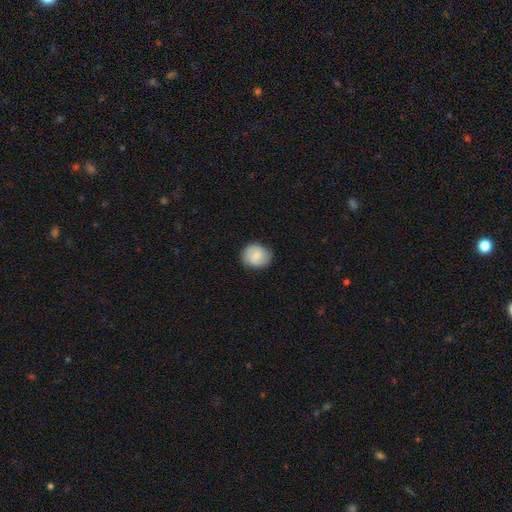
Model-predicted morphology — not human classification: Smooth or featured? Predicted: smooth (p=0.72). How rounded? Predicted: round (p=0.77). Merging? Predicted: none (p=0.83).